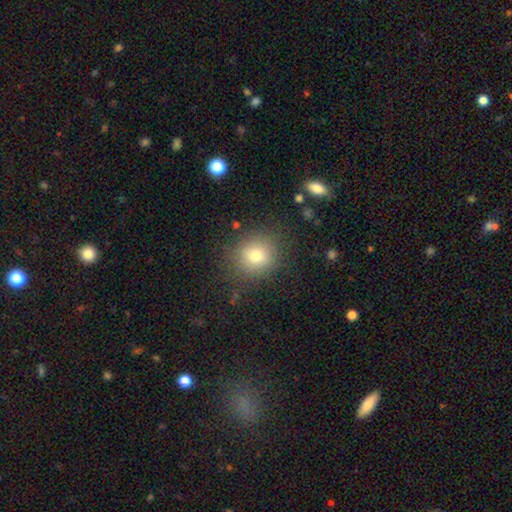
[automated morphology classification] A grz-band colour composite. It shows a smooth galaxy with no disk features (76%) that is round (84%). Merging: none (84%).